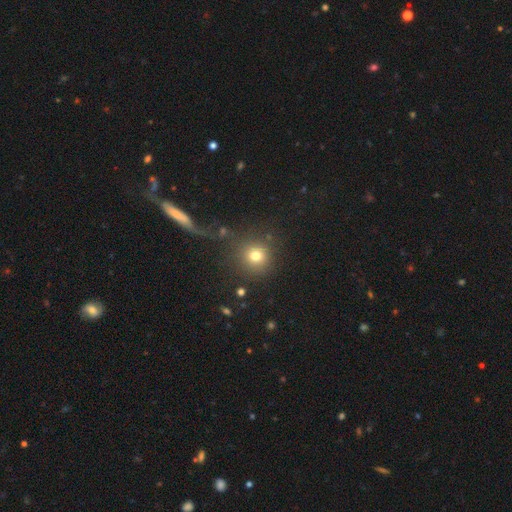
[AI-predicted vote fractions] smooth-or-featured: smooth: 77% | star or artifact: 14% | featured or disk: 9%
  how-rounded: round: 93% | in between: 6% | cigar-shaped: 1%
  merging: none: 77% | minor disturbance: 9% | merger: 7% | major disturbance: 7%